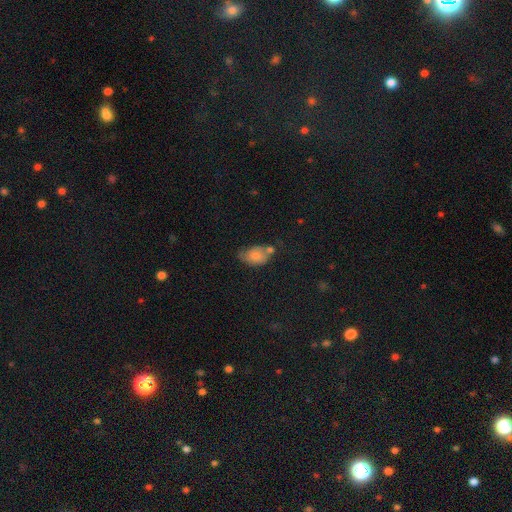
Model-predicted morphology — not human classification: Smooth or featured? Predicted: smooth (p=0.71). How rounded? Predicted: in between (p=0.84). Merging? Predicted: none (p=0.37).